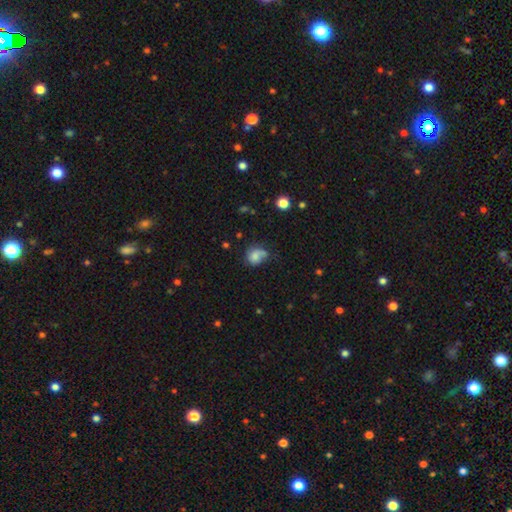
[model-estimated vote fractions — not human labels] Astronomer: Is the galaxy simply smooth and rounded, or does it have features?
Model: smooth — 68%.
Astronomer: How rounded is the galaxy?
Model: round — 60% (runner-up: in between, 38%).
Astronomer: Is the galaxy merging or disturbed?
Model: none — 41% (runner-up: minor disturbance, 25%).